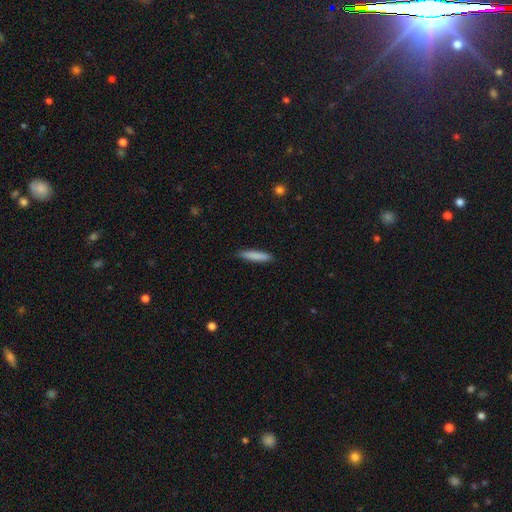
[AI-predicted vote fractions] Q: Smooth or featured?
A: smooth (84%); runner-up: featured or disk (10%)
Q: How rounded?
A: cigar-shaped (88%); runner-up: in between (11%)
Q: Merging?
A: none (89%); runner-up: minor disturbance (8%)